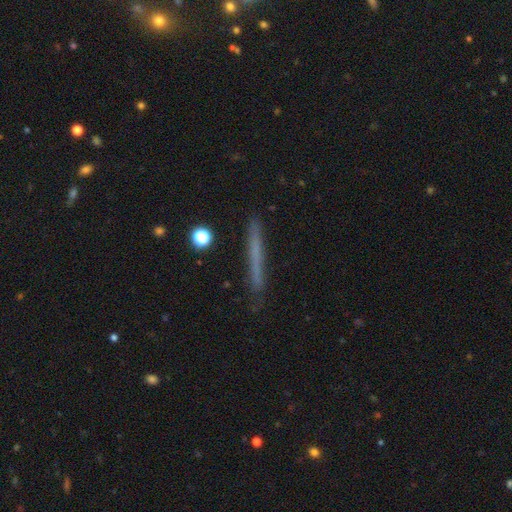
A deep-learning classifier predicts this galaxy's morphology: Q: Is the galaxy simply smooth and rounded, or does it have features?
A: smooth — 56%.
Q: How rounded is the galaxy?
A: cigar-shaped — 96%.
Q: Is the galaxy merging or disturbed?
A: none — 87%.